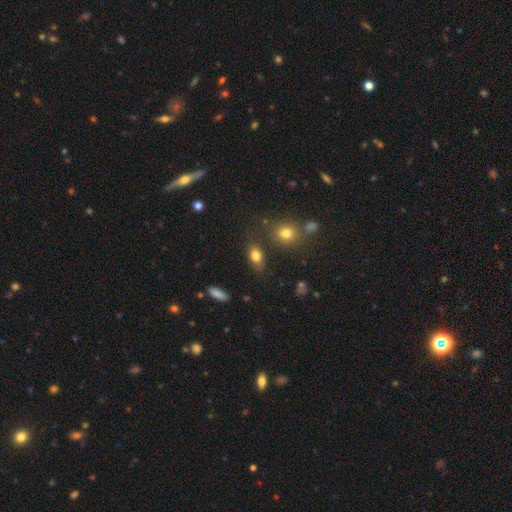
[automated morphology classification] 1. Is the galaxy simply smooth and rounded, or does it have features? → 81% smooth, 10% star or artifact, 9% featured or disk.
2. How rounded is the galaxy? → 83% in between, 13% round, 4% cigar-shaped.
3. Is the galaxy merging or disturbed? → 74% none, 15% minor disturbance, 5% merger, 5% major disturbance.